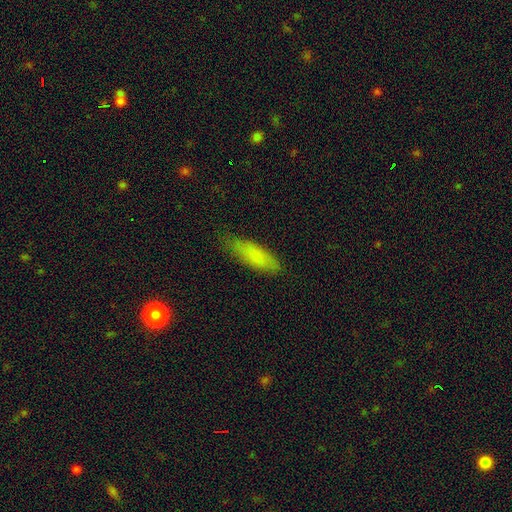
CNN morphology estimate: type=smooth (76%); roundness=in between (57%); merging=none (77%).